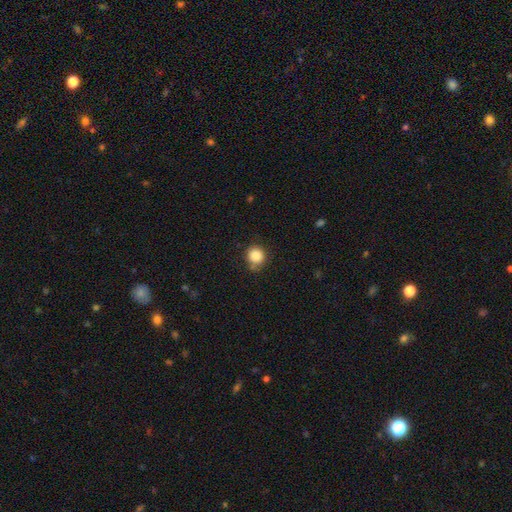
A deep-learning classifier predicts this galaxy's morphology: A smooth galaxy with no disk features (87%) that is round (88%). Merging: none (71%).